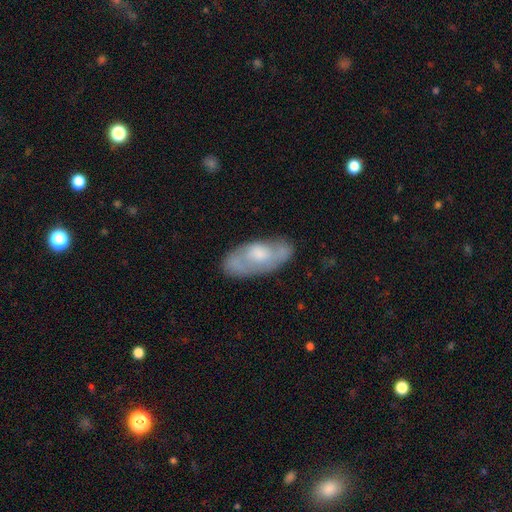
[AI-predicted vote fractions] Smooth or featured: featured or disk — 54% (smooth — 39%)
Edge-on disk: no — 85% (yes — 15%)
Merging: none — 73% (minor disturbance — 19%)